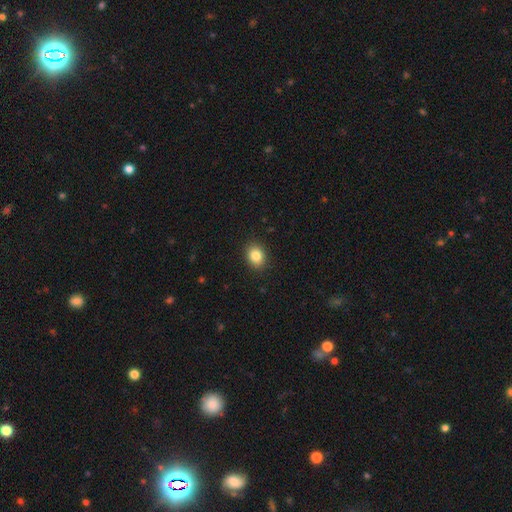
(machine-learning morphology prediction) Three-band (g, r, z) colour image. It shows a smooth galaxy with no disk features (85%) that is in between round and cigar-shaped (56%). Merging: none (89%).